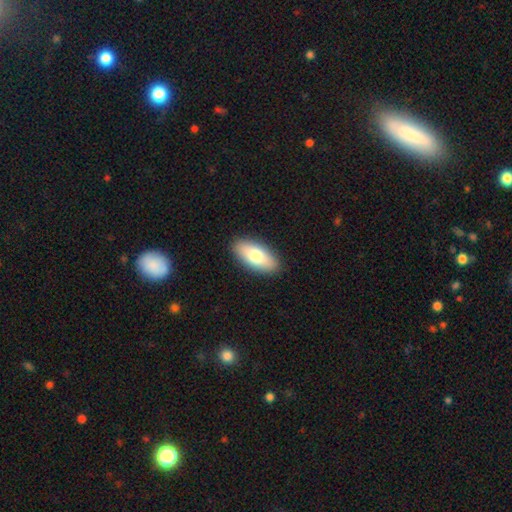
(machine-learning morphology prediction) smooth_or_featured: smooth (p=0.76) [alt: featured or disk p=0.18]
how_rounded: in between (p=0.86) [alt: cigar-shaped p=0.11]
merging: none (p=0.90) [alt: minor disturbance p=0.07]